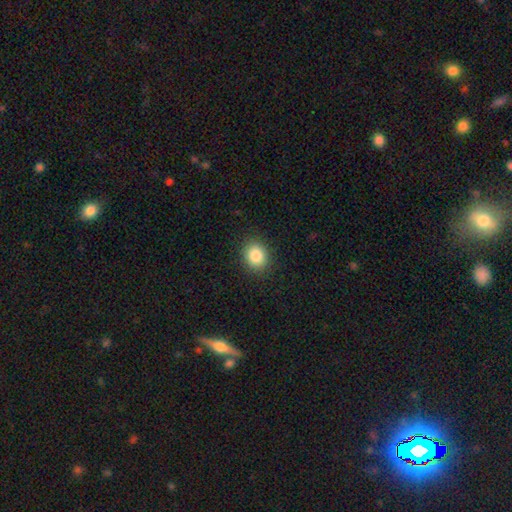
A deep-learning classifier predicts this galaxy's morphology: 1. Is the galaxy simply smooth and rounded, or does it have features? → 85% smooth, 9% star or artifact, 6% featured or disk.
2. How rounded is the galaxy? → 60% round, 39% in between, 1% cigar-shaped.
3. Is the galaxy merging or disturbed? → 89% none, 8% minor disturbance, 2% major disturbance, 1% merger.